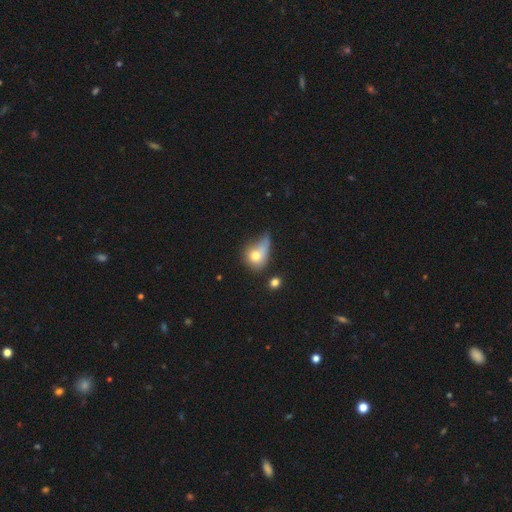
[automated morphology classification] smooth-or-featured: smooth: 71% | featured or disk: 18% | star or artifact: 11%
  how-rounded: round: 51% | in between: 46% | cigar-shaped: 3%
  merging: major disturbance: 34% | minor disturbance: 28% | none: 23% | merger: 15%